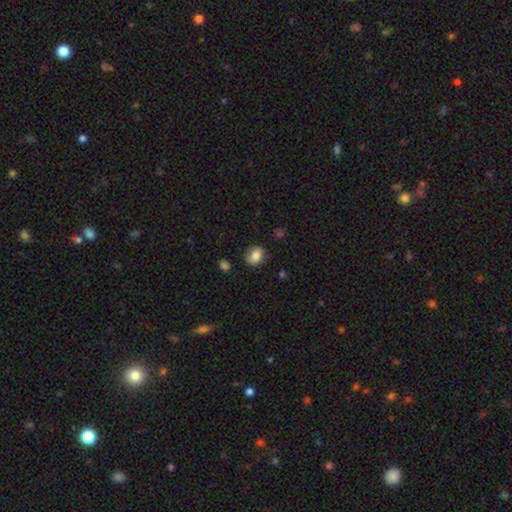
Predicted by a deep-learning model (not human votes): Smooth or featured? smooth (76%)
How rounded? round (55%)
Merging? none (75%)